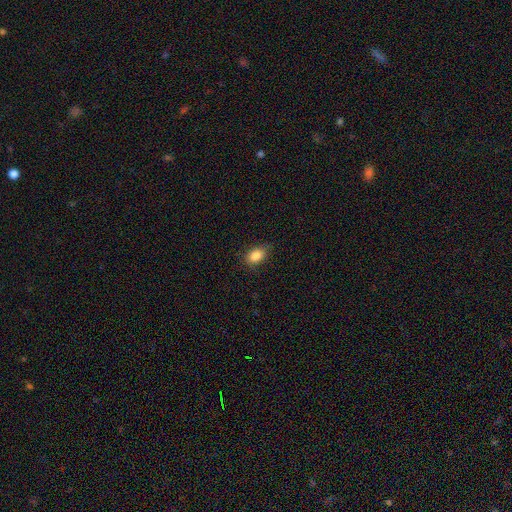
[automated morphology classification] A smooth galaxy with no disk features (86%) that is in between round and cigar-shaped (83%).

Vote fractions:
- Smooth or featured? smooth: 86% / star or artifact: 9% / featured or disk: 5%
- How rounded? in between: 83% / round: 15% / cigar-shaped: 2%
- Merging? none: 79% / minor disturbance: 16% / major disturbance: 3% / merger: 1%